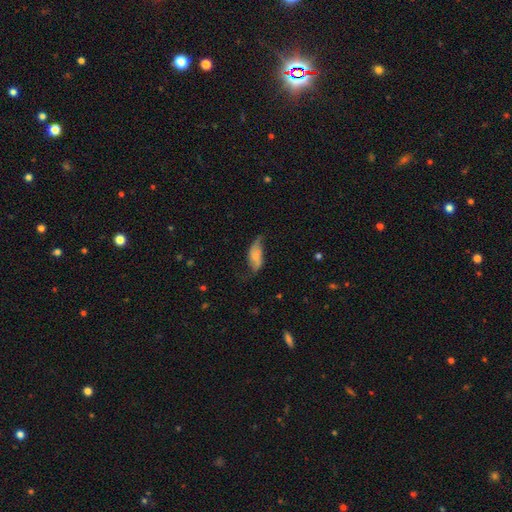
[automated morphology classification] This is possibly a featured or disk galaxy (58%). It is clearly not viewed edge-on (90%). Bar: possibly no (54%). Spiral arm pattern: clearly yes (83%). Central bulge: possibly small (45%). Merging: possibly none (46%).